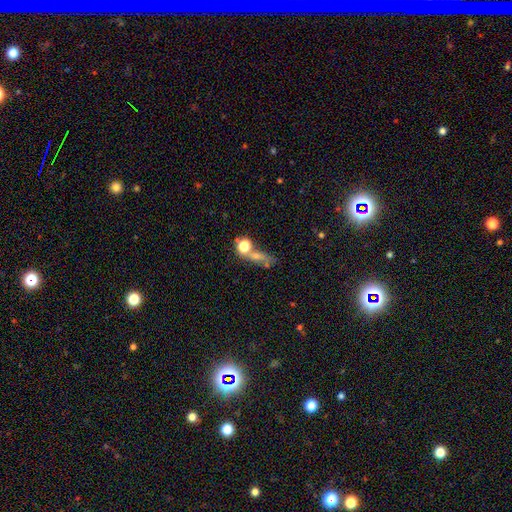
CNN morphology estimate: Smooth or featured? smooth (49%)
Merging? none (43%)